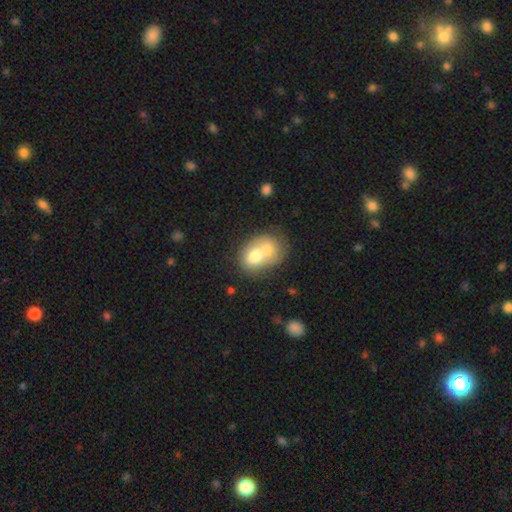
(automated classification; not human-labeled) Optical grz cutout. It shows a smooth galaxy with no disk features (67%) that is in between round and cigar-shaped (56%). Merging: merger (70%).